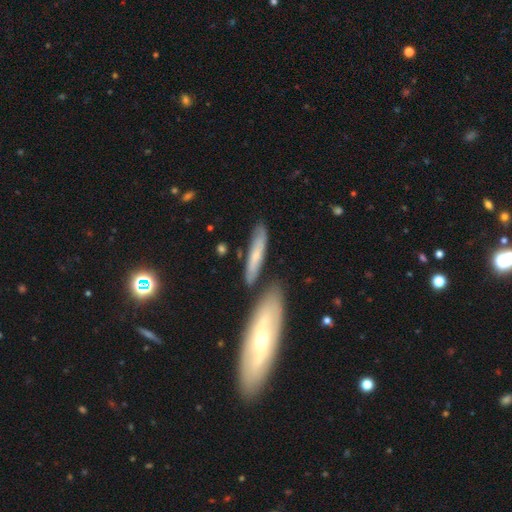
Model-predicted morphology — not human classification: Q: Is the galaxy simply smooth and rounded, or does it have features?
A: smooth — 61%.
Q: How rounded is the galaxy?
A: cigar-shaped — 80%.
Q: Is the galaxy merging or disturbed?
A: none — 71%.